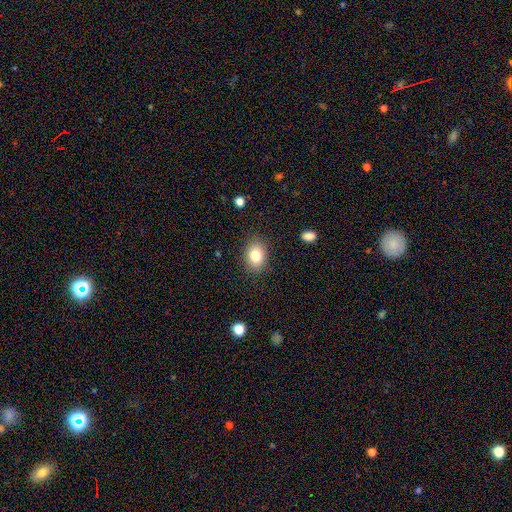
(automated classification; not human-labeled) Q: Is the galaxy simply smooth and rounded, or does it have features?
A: smooth — 82%.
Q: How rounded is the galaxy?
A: in between — 70%.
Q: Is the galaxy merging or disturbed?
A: none — 86%.